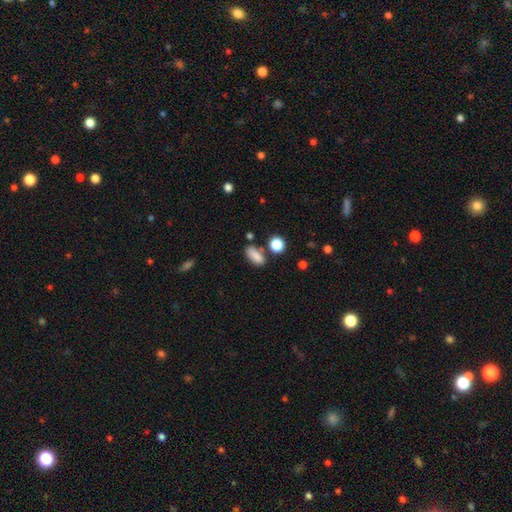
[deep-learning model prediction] This appears to be a smooth galaxy with no disk features (84%) that is in between round and cigar-shaped (82%). Merging: none (66%).